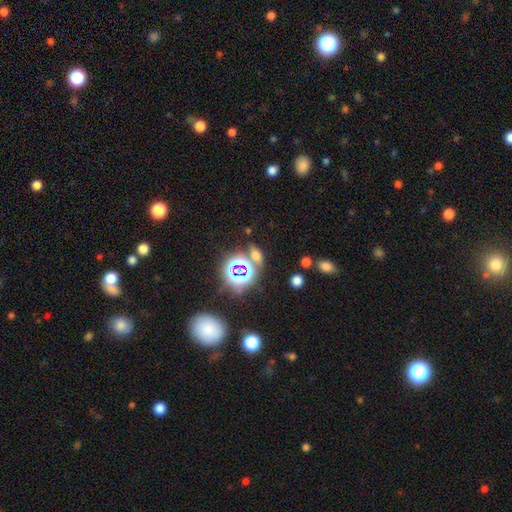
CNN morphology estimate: A star or artifact, not a galaxy (44%).

Vote fractions:
- Smooth or featured? star or artifact: 44% / smooth: 43% / featured or disk: 13%